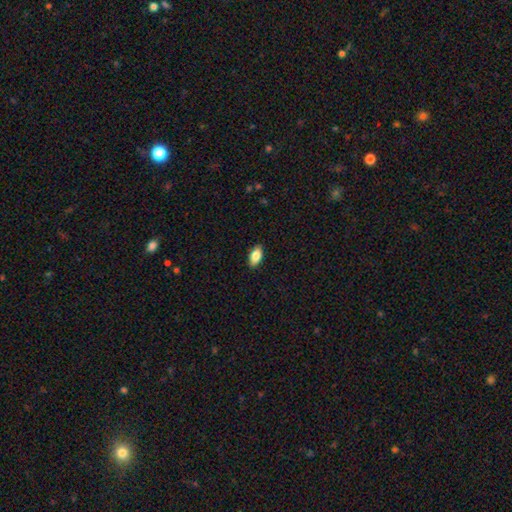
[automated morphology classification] The model was most divided on "smooth or featured": smooth: 84%, featured or disk: 9%, star or artifact: 7%. More confident: how rounded — in between (92%); merging — none (89%).